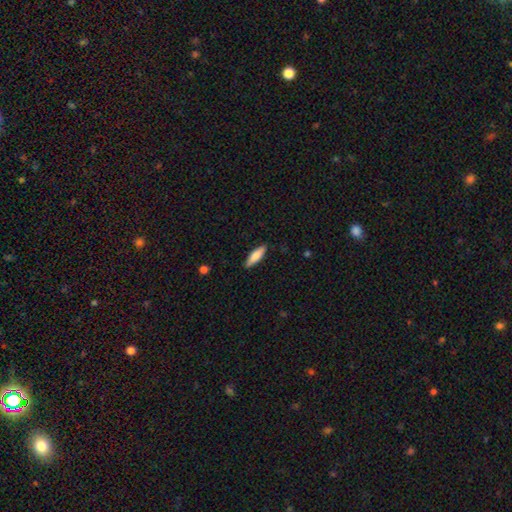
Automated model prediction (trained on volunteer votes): A smooth galaxy with no disk features (77%) that is cigar-shaped (58%).

Vote fractions:
- Smooth or featured? smooth: 77% / featured or disk: 18% / star or artifact: 5%
- How rounded? cigar-shaped: 58% / in between: 40% / round: 2%
- Merging? none: 87% / minor disturbance: 10% / major disturbance: 2% / merger: 1%